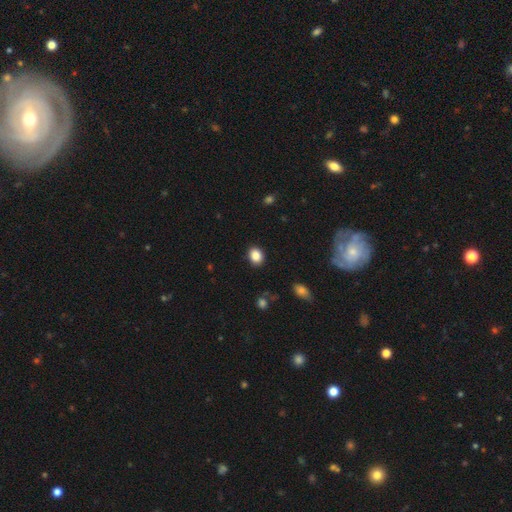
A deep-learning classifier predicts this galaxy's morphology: smooth_or_featured: smooth (p=0.86) [alt: star or artifact p=0.09]
how_rounded: in between (p=0.52) [alt: round p=0.47]
merging: none (p=0.88) [alt: minor disturbance p=0.08]